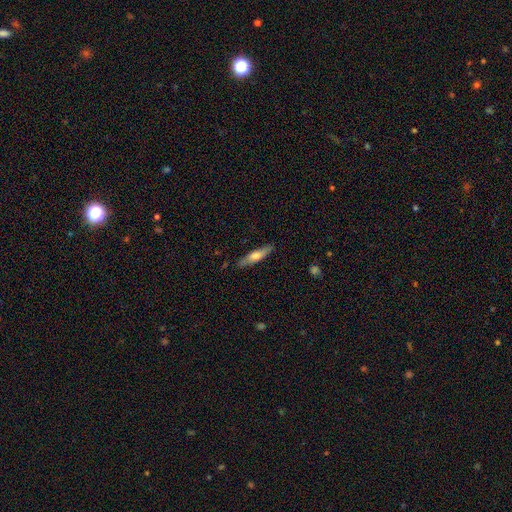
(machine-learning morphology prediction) smooth 58%, featured or disk 37%, star or artifact 6%. Down the decision tree: how rounded — cigar-shaped (78%); merging — none (85%).